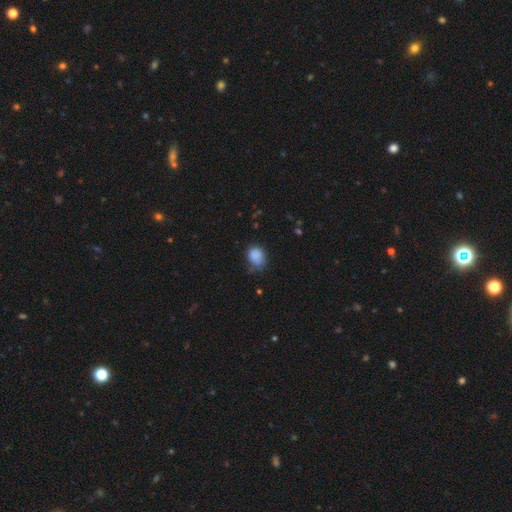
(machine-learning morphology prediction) The model was most divided on "how rounded": round: 51%, in between: 48%, cigar-shaped: 1%. More confident: smooth or featured — smooth (84%); merging — none (51%).